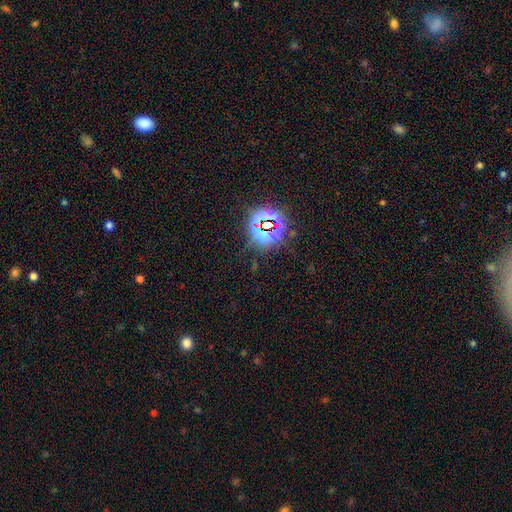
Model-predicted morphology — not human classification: Smooth or featured? star or artifact (80%)